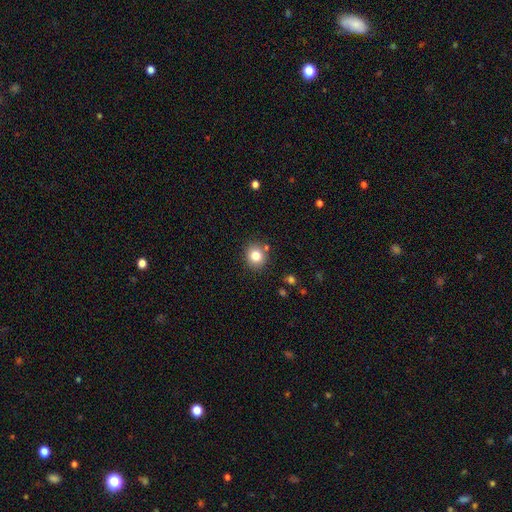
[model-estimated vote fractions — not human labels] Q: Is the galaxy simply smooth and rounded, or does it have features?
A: smooth — 81%.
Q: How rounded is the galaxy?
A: round — 83%.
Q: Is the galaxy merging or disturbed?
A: none — 84%.